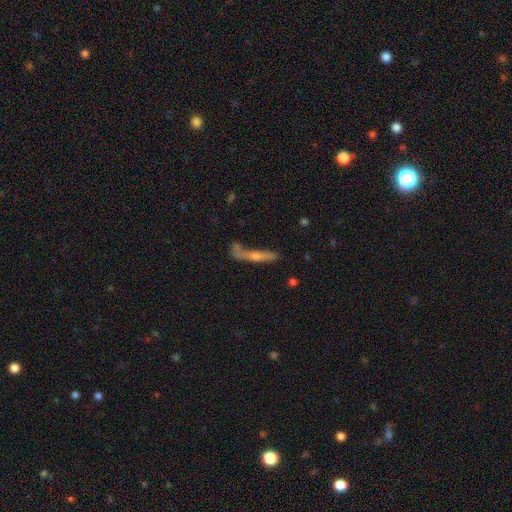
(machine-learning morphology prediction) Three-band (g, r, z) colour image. It shows a featured or disk galaxy (51%) viewed edge-on (77%). Merging: none (45%).